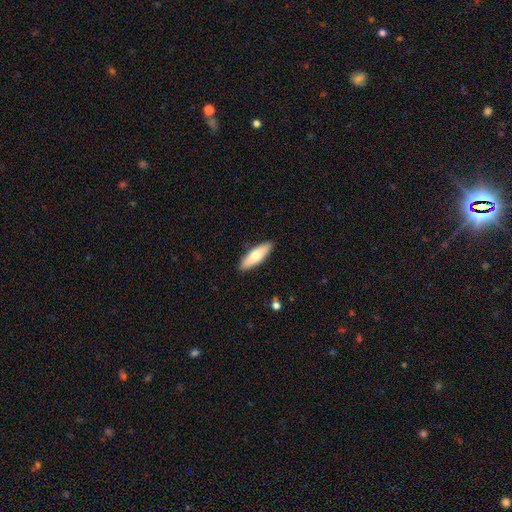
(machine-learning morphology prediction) The model was most divided on "how rounded": in between: 56%, cigar-shaped: 42%, round: 2%. More confident: merging — none (89%); smooth or featured — smooth (71%).